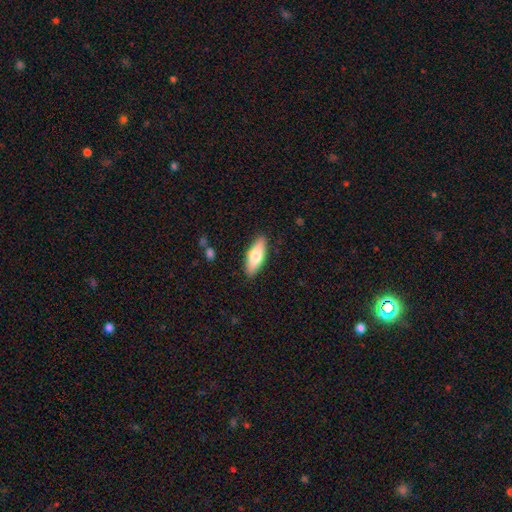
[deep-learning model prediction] Smooth or featured?
  - smooth: 70% *
  - featured or disk: 24%
  - star or artifact: 6%
How rounded?
  - in between: 64% *
  - cigar-shaped: 34%
  - round: 2%
Merging?
  - none: 88% *
  - minor disturbance: 9%
  - major disturbance: 2%
  - merger: 1%